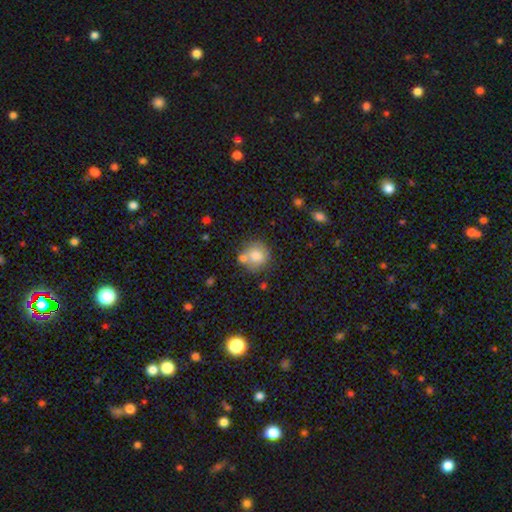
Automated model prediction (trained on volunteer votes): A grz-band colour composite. It shows a smooth galaxy with no disk features (79%) that is round (88%). Merging: none (65%).